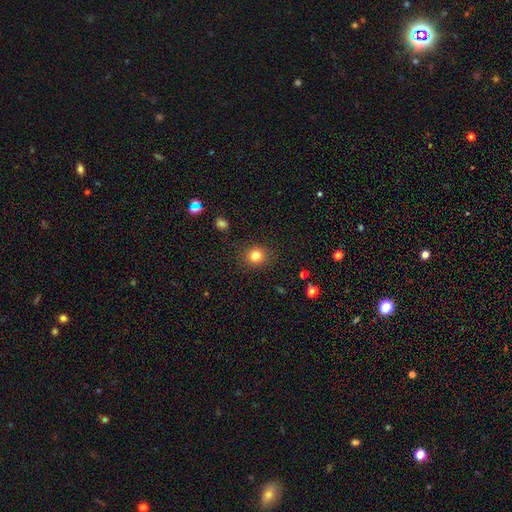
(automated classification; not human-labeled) Smooth or featured? smooth (83%)
How rounded? round (85%)
Merging? none (88%)